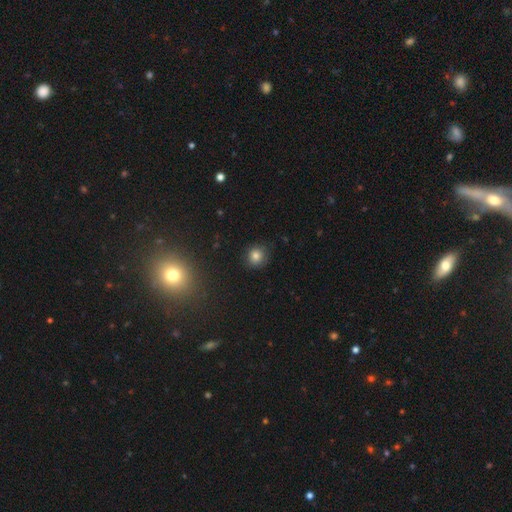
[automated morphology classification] smooth_or_featured: smooth (p=0.79) [alt: star or artifact p=0.13]
how_rounded: round (p=0.87) [alt: in between p=0.12]
merging: none (p=0.82) [alt: minor disturbance p=0.13]